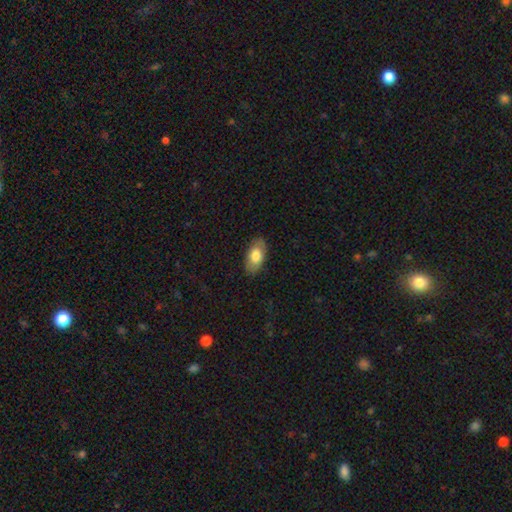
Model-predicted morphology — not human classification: Smooth or featured? Predicted: smooth (p=0.75). How rounded? Predicted: in between (p=0.93). Merging? Predicted: none (p=0.84).